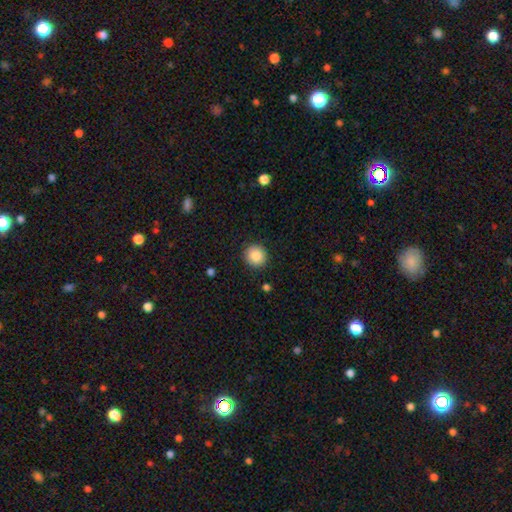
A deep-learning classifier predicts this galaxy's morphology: smooth-or-featured: smooth: 87% | star or artifact: 9% | featured or disk: 5%
  how-rounded: round: 92% | in between: 7% | cigar-shaped: 1%
  merging: none: 91% | minor disturbance: 6% | major disturbance: 2% | merger: 1%